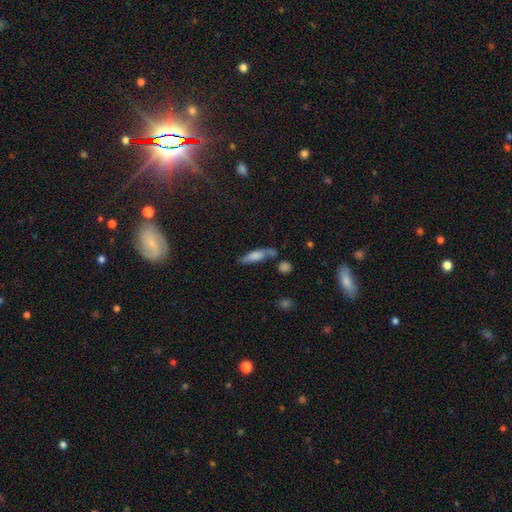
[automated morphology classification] smooth_or_featured: smooth (p=0.59) [alt: featured or disk p=0.32]
how_rounded: cigar-shaped (p=0.61) [alt: in between p=0.36]
merging: none (p=0.55) [alt: minor disturbance p=0.21]